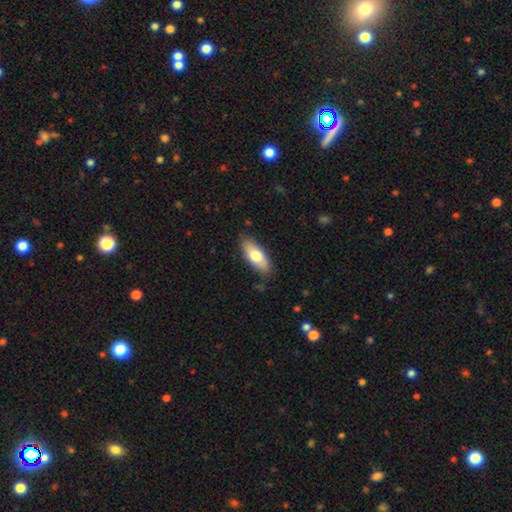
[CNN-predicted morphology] A smooth galaxy with no disk features (71%) that is in between round and cigar-shaped (72%). Merging: none (84%).